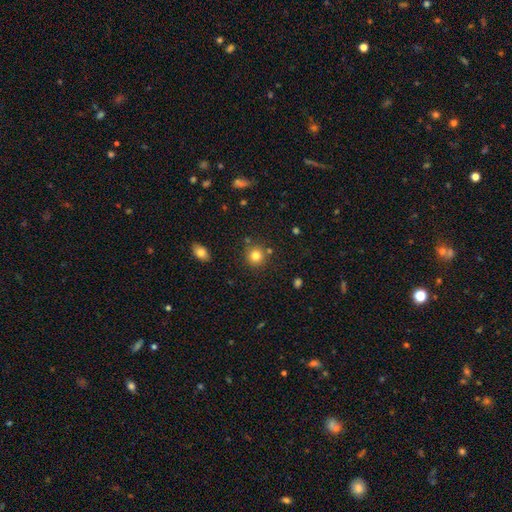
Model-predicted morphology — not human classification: smooth-or-featured: smooth: 81% | star or artifact: 12% | featured or disk: 7%
  how-rounded: round: 91% | in between: 8% | cigar-shaped: 1%
  merging: none: 83% | minor disturbance: 9% | merger: 6% | major disturbance: 3%